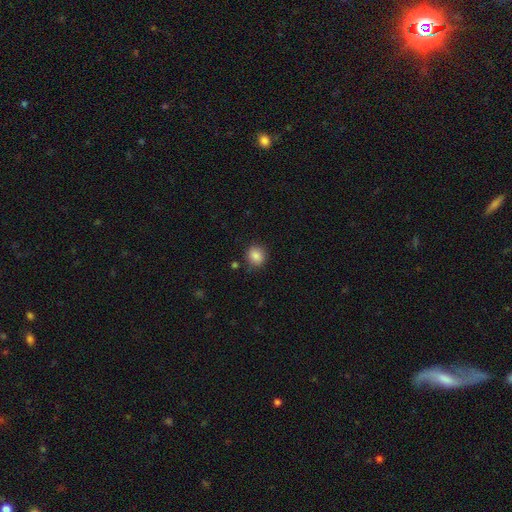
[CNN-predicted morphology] Overall: smooth (86%). How rounded: round (80%). Merging: none (82%).